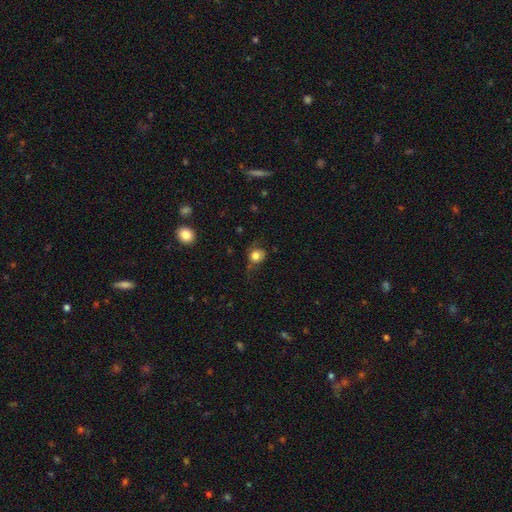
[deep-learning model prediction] Overall: smooth (78%). How rounded: round (72%). Merging: none (47%; minor disturbance 29%).